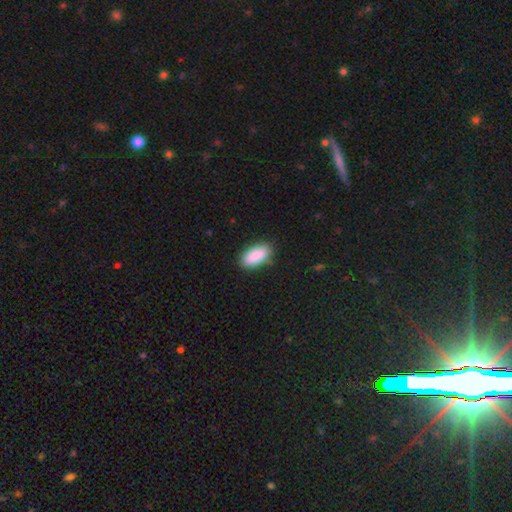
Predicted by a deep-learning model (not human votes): Smooth or featured? smooth (90%)
How rounded? in between (92%)
Merging? none (85%)